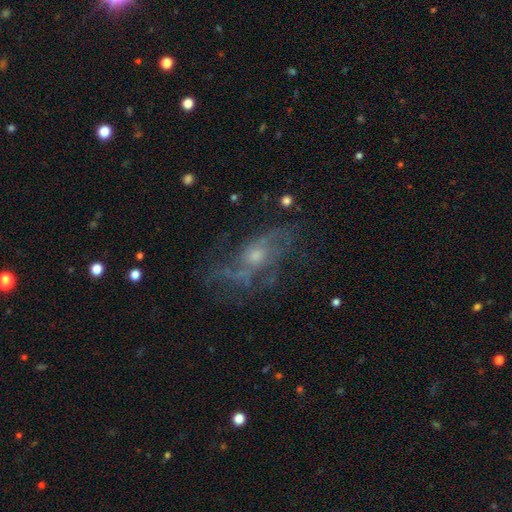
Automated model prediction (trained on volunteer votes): Smooth or featured?
  - featured or disk: 68% *
  - star or artifact: 17%
  - smooth: 15%
Edge-on disk?
  - no: 90% *
  - yes: 10%
Bar?
  - no: 73% *
  - weak: 22%
  - strong: 5%
Spiral arms?
  - yes: 78% *
  - no: 22%
Bulge size?
  - small: 48% *
  - moderate: 42%
  - none: 4%
  - large: 4%
  - dominant: 1%
Merging?
  - none: 61% *
  - major disturbance: 18%
  - minor disturbance: 18%
  - merger: 3%